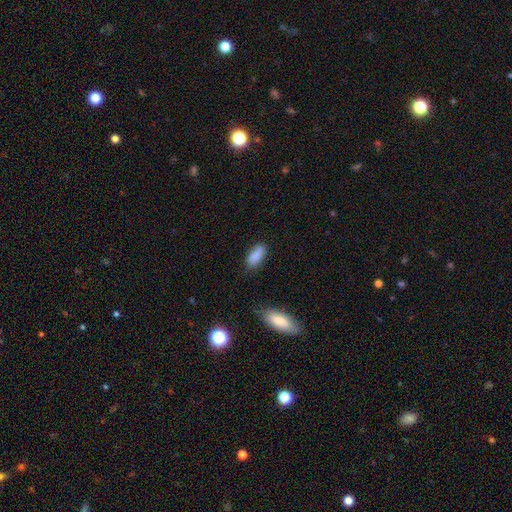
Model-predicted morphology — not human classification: Smooth or featured: smooth — 88% (star or artifact — 7%)
How rounded: in between — 78% (cigar-shaped — 20%)
Merging: none — 78% (minor disturbance — 16%)